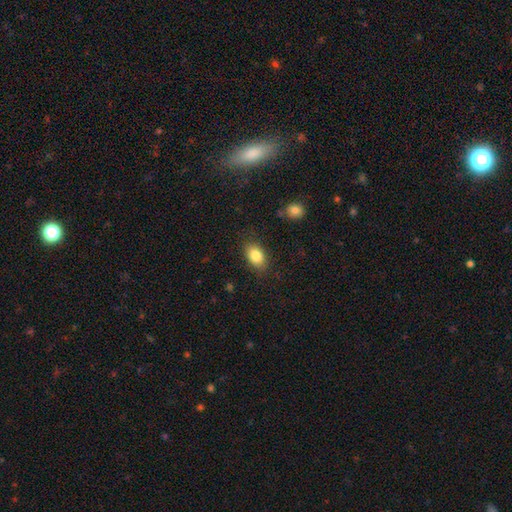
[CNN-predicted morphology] This appears to be a smooth galaxy with no disk features (85%) that is in between round and cigar-shaped (87%). Merging: none (84%).